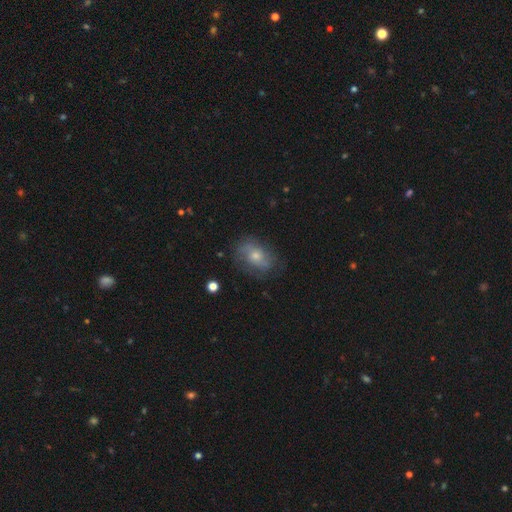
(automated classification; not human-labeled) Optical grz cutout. It shows a featured or disk galaxy (54%) with no bar (74%), spiral arms (75%) and a moderate central bulge (51%). Merging: none (66%).